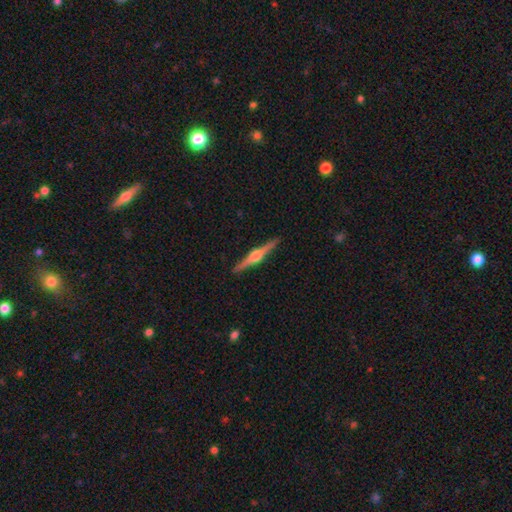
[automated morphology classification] This is clearly a featured or disk galaxy (82%). It is clearly viewed edge-on (98%). Edge-on bulge: clearly rounded (94%). Merging: clearly none (92%).